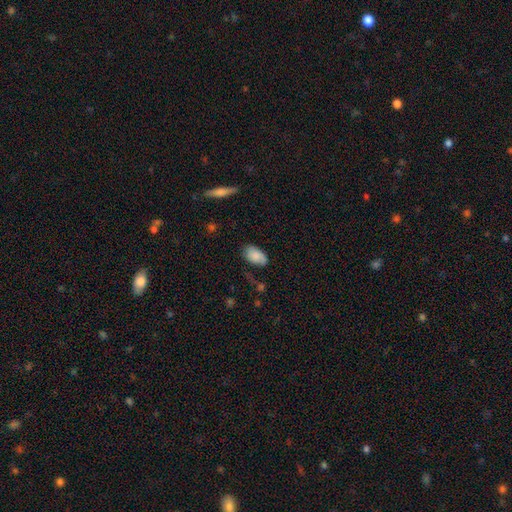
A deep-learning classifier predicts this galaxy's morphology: smooth-or-featured: smooth: 78% | featured or disk: 15% | star or artifact: 7%
  how-rounded: in between: 93% | round: 5% | cigar-shaped: 2%
  merging: none: 64% | minor disturbance: 26% | major disturbance: 7% | merger: 2%